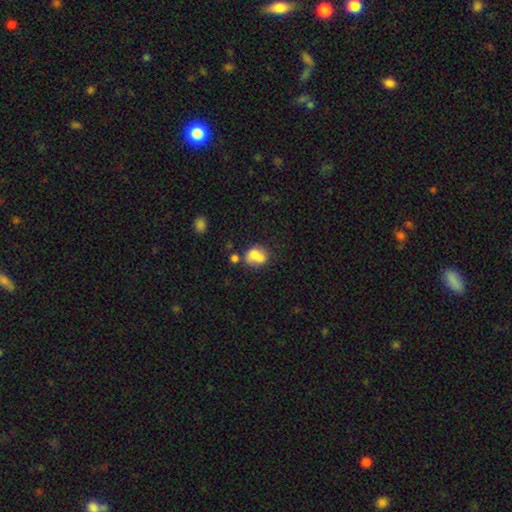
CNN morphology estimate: type=smooth (68%); roundness=round (53%); merging=merger (43%).